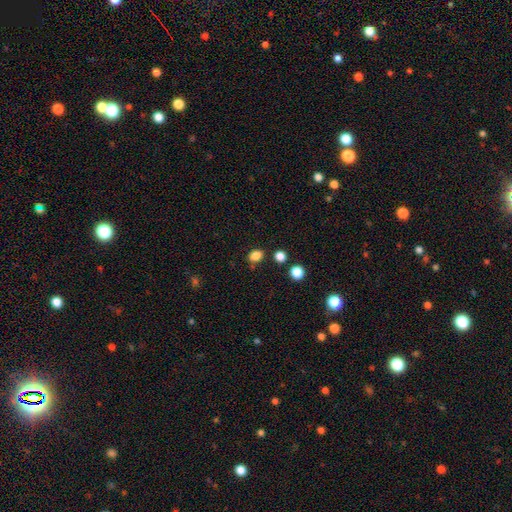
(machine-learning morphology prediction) Smooth or featured? Predicted: smooth (p=0.84). How rounded? Predicted: in between (p=0.60). Merging? Predicted: none (p=0.79).